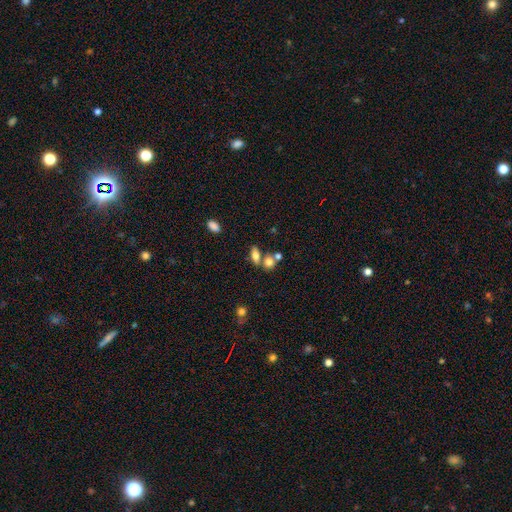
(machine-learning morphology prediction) smooth 68%, featured or disk 21%, star or artifact 10%. Down the decision tree: how rounded — in between (74%); merging — none (51%).